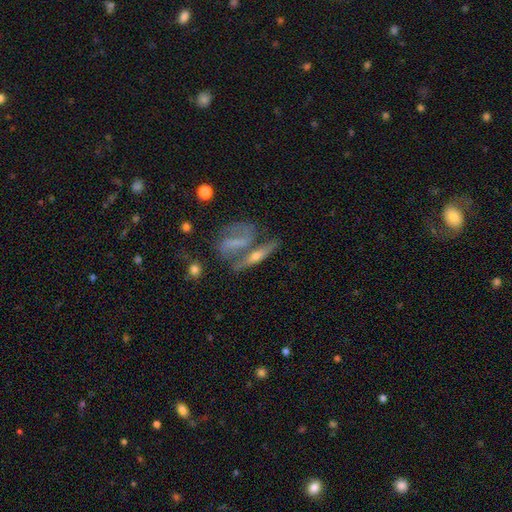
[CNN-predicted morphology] The model was most divided on "merging": none: 51%, merger: 30%, minor disturbance: 13%, major disturbance: 7%. More confident: edge-on disk — yes (72%); smooth or featured — featured or disk (63%).